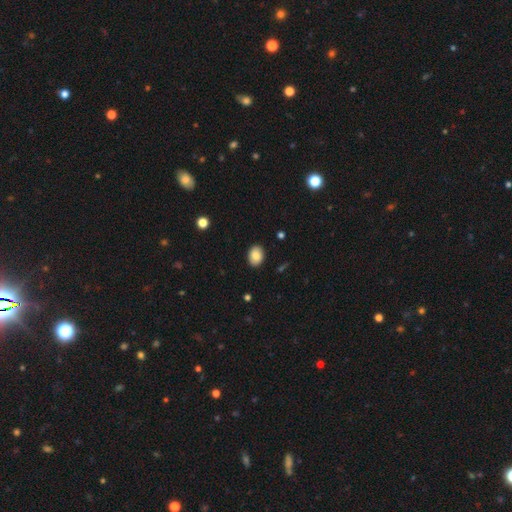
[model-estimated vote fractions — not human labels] This is clearly a smooth galaxy (86%). How rounded: likely in between (71%). Merging: clearly none (89%).